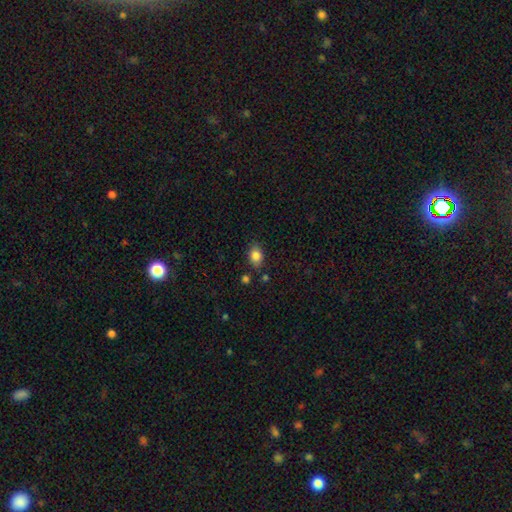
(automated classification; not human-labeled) Smooth or featured? Predicted: smooth (p=0.85). How rounded? Predicted: in between (p=0.77). Merging? Predicted: none (p=0.79).